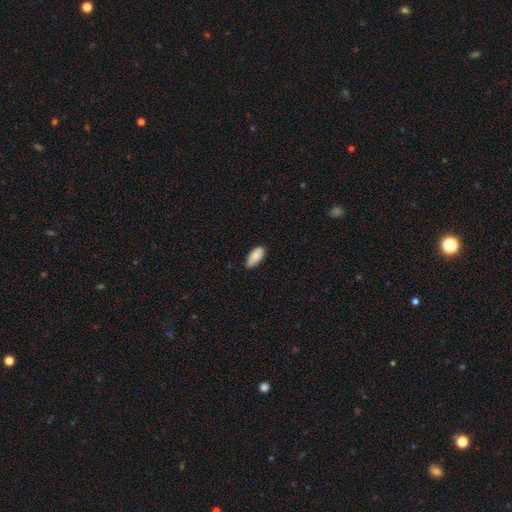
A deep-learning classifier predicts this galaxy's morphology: This appears to be a smooth galaxy with no disk features (82%) that is in between round and cigar-shaped (91%). Merging: none (72%).